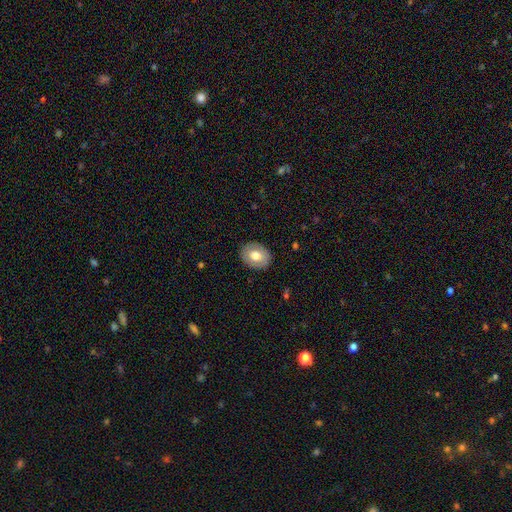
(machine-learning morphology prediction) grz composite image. It shows a smooth galaxy with no disk features (69%) that is in between round and cigar-shaped (61%). Merging: none (87%).